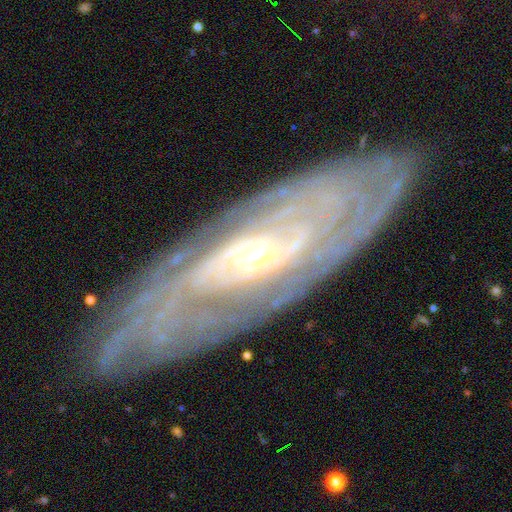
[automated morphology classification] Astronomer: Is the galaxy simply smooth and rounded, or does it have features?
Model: featured or disk — 87%.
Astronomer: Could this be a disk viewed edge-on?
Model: no — 83%.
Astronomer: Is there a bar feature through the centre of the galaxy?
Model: no — 47% (runner-up: weak, 35%).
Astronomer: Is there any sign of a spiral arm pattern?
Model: yes — 96%.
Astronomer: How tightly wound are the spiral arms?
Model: tight — 78%.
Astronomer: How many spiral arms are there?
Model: can't tell — 42% (runner-up: 2, 17%).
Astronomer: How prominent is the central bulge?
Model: small — 67%.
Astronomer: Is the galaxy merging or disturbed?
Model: none — 83%.